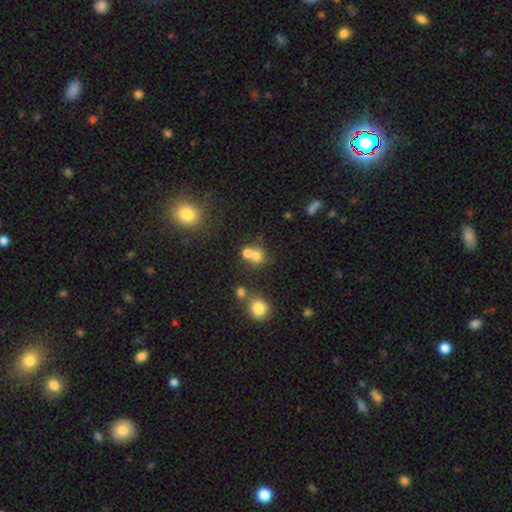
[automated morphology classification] A smooth galaxy with no disk features (70%) that is round (80%).

Vote fractions:
- Smooth or featured? smooth: 70% / star or artifact: 16% / featured or disk: 14%
- How rounded? round: 80% / in between: 19% / cigar-shaped: 1%
- Merging? merger: 47% / none: 41% / minor disturbance: 8% / major disturbance: 4%